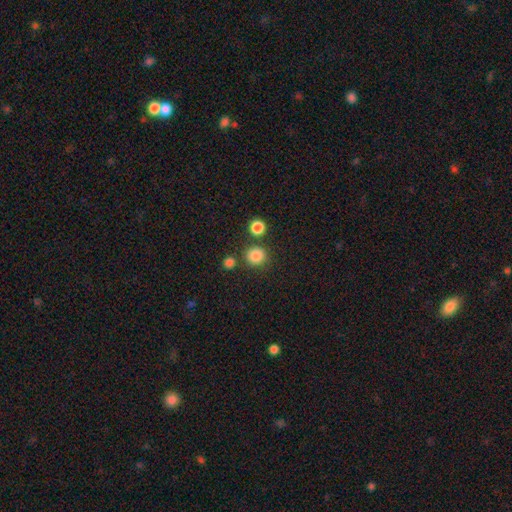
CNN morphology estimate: smooth-or-featured: smooth: 84% | star or artifact: 12% | featured or disk: 4%
  how-rounded: round: 89% | in between: 10% | cigar-shaped: 1%
  merging: none: 80% | merger: 9% | minor disturbance: 8% | major disturbance: 3%